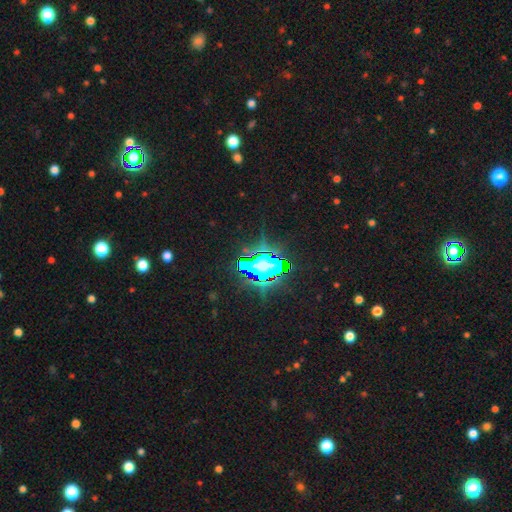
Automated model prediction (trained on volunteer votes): Smooth or featured?
  - star or artifact: 77% *
  - smooth: 13%
  - featured or disk: 10%